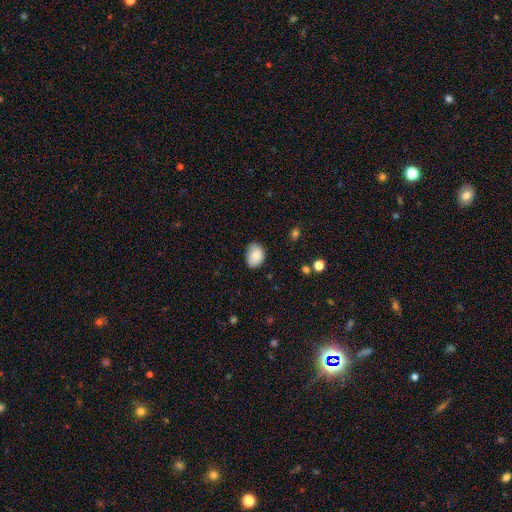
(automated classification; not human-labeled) Smooth or featured?
  - smooth: 86% *
  - star or artifact: 8%
  - featured or disk: 6%
How rounded?
  - in between: 73% *
  - round: 26%
  - cigar-shaped: 1%
Merging?
  - none: 69% *
  - minor disturbance: 26%
  - major disturbance: 4%
  - merger: 1%